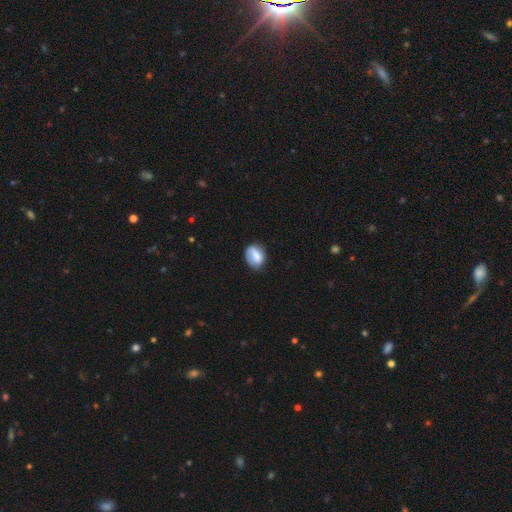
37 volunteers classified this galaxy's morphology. A smooth galaxy with no disk features (76%) that is in between round and cigar-shaped (61%).

Vote fractions:
- Smooth or featured? smooth: 76% / featured or disk: 19% / star or artifact: 5%
- How rounded? in between: 61% / round: 36% / cigar-shaped: 4%
- Merging? none: 66% / minor disturbance: 34% / major disturbance: 0% / merger: 0%